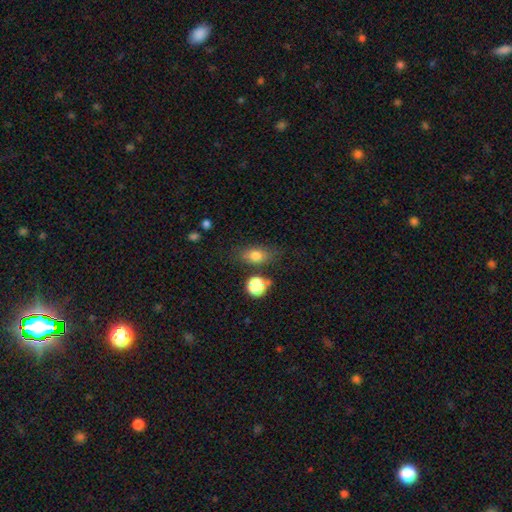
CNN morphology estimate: This appears to be a smooth galaxy with no disk features (77%) that is in between round and cigar-shaped (71%). Merging: none (70%).